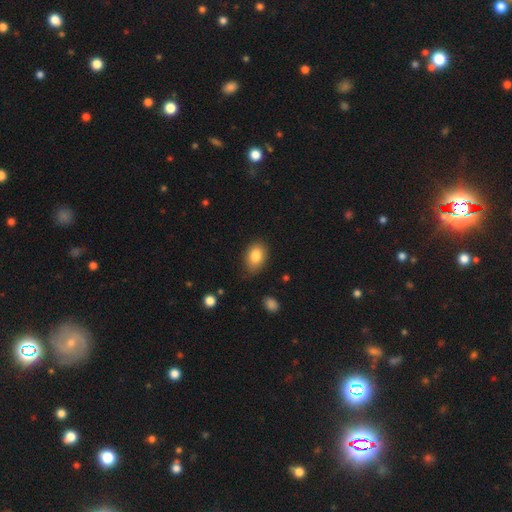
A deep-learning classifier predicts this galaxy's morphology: The model was most divided on "merging": none: 80%, minor disturbance: 16%, major disturbance: 3%, merger: 1%. More confident: how rounded — in between (85%); smooth or featured — smooth (84%).